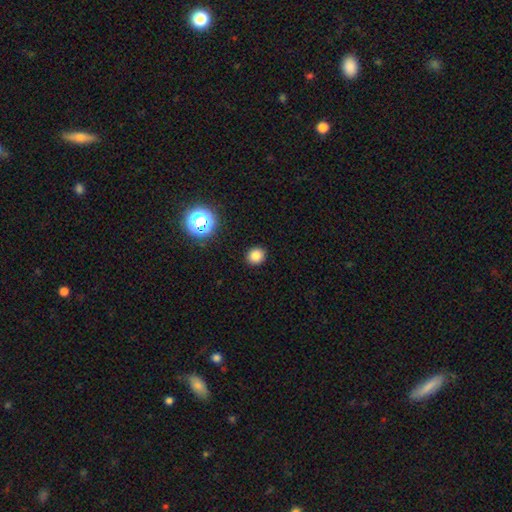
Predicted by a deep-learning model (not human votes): smooth 81%, star or artifact 14%, featured or disk 5%. Down the decision tree: how rounded — round (81%); merging — none (91%).